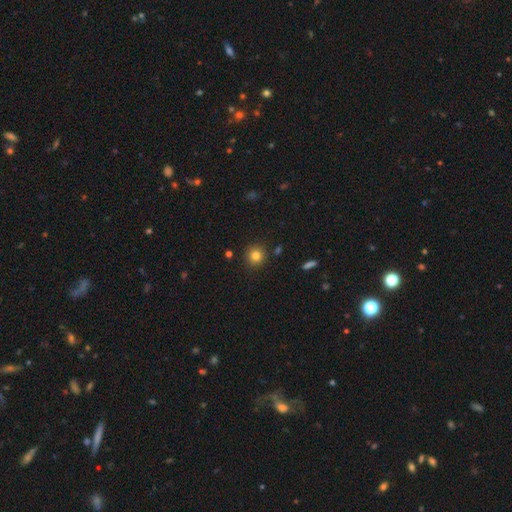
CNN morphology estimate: Q: Smooth or featured?
A: smooth (82%); runner-up: star or artifact (12%)
Q: How rounded?
A: round (93%); runner-up: in between (6%)
Q: Merging?
A: none (89%); runner-up: minor disturbance (7%)